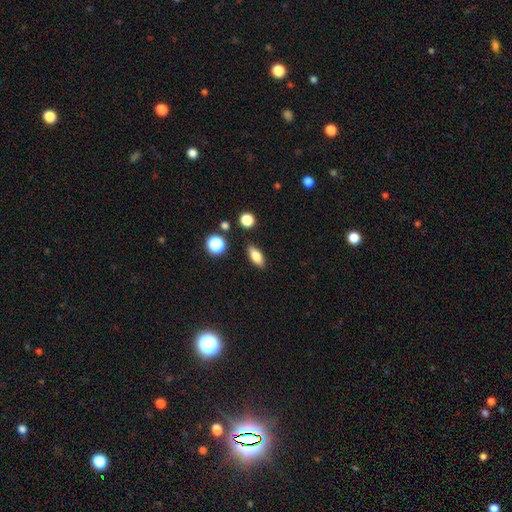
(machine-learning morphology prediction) Smooth or featured? smooth (79%)
How rounded? in between (78%)
Merging? none (86%)